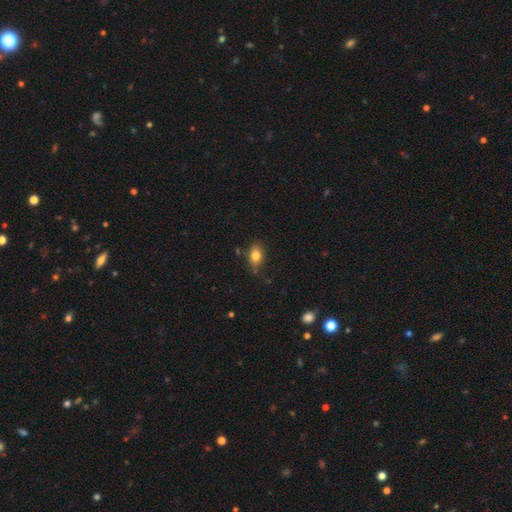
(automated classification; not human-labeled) Overall: smooth (80%). How rounded: in between (80%). Merging: none (73%).